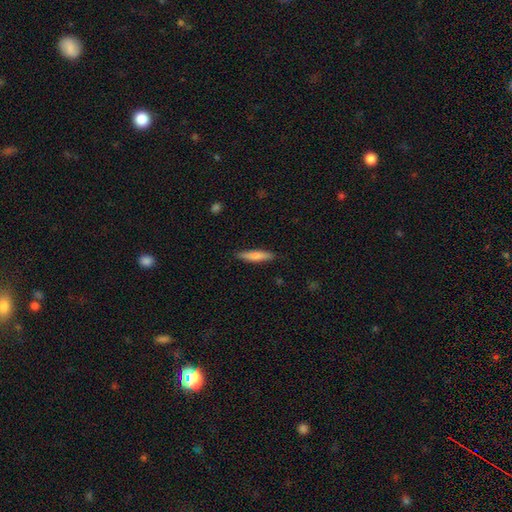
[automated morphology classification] smooth 72%, featured or disk 23%, star or artifact 6%. Down the decision tree: how rounded — cigar-shaped (84%); merging — none (89%).